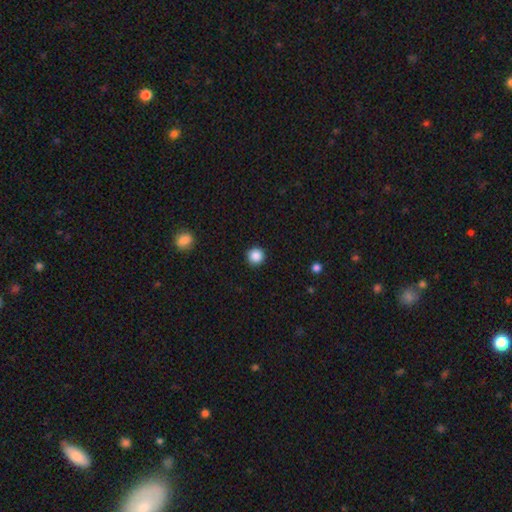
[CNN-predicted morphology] smooth_or_featured: smooth (p=0.87) [alt: star or artifact p=0.10]
how_rounded: round (p=0.96) [alt: in between p=0.03]
merging: none (p=0.93) [alt: minor disturbance p=0.04]